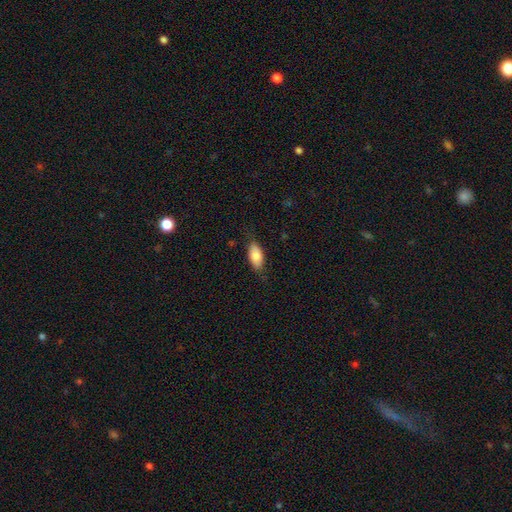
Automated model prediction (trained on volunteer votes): The model was most divided on "merging": none: 76%, minor disturbance: 18%, major disturbance: 4%, merger: 1%. More confident: how rounded — in between (90%); smooth or featured — smooth (82%).